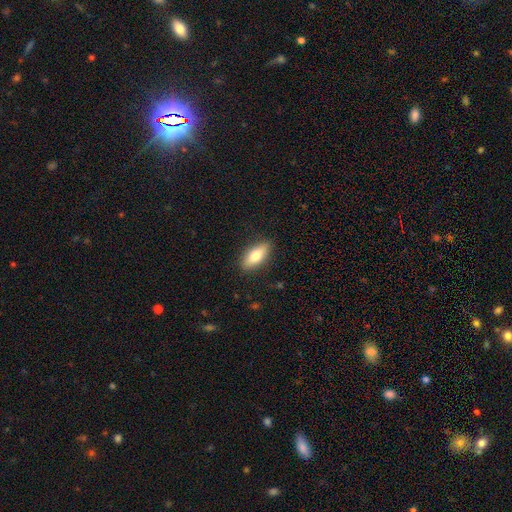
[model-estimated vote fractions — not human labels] Smooth or featured: smooth — 71% (featured or disk — 22%)
How rounded: in between — 76% (cigar-shaped — 20%)
Merging: none — 87% (minor disturbance — 9%)